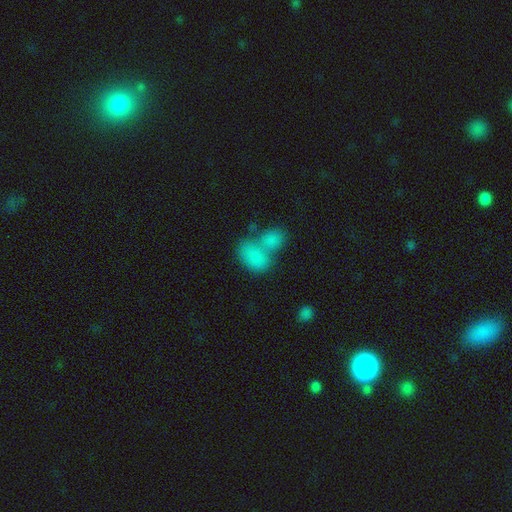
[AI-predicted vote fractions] smooth 82%, star or artifact 9%, featured or disk 9%. Down the decision tree: how rounded — in between (83%); merging — merger (58%).